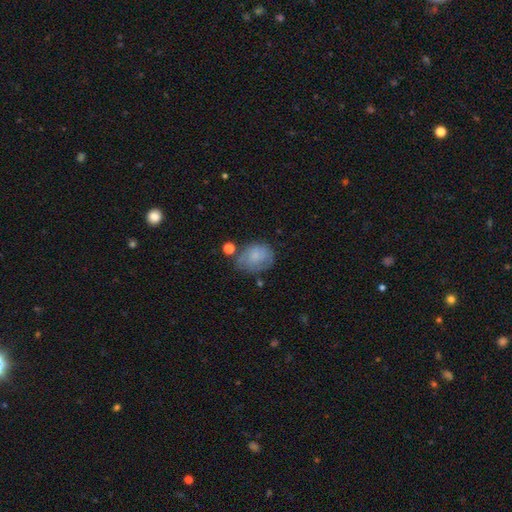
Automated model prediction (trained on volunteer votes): smooth_or_featured: smooth (p=0.67) [alt: featured or disk p=0.24]
how_rounded: in between (p=0.64) [alt: round p=0.35]
merging: none (p=0.54) [alt: minor disturbance p=0.28]